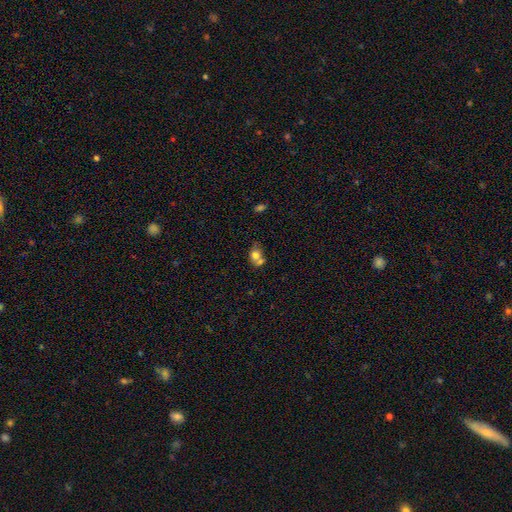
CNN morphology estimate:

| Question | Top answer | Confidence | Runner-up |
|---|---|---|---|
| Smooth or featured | smooth | 72% | featured or disk (18%) |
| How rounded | in between | 49% | tied: round (49%) |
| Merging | merger | 46% | none (36%) |